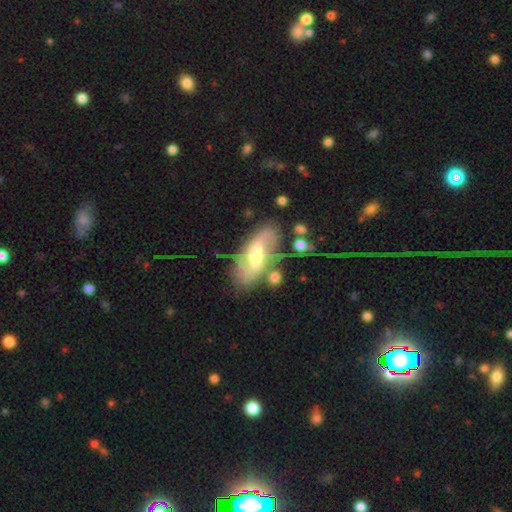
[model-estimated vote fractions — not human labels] This appears to be a featured or disk galaxy (71%) with a weak bar (43%), 2 (82%) loose (42%) spiral arms (88%) and a moderate central bulge (50%). Merging: none (67%).